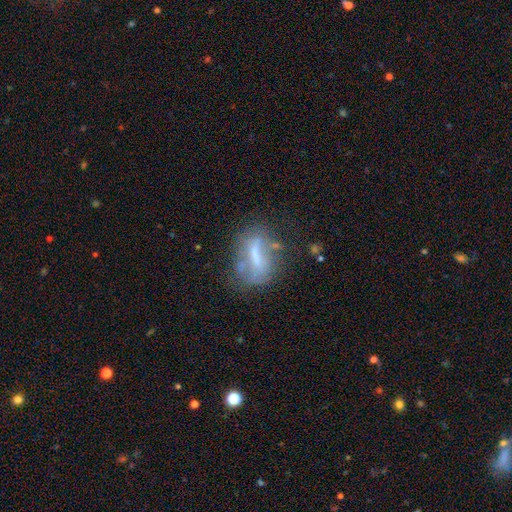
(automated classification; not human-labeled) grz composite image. It shows a featured or disk galaxy (50%). Merging: none (49%).